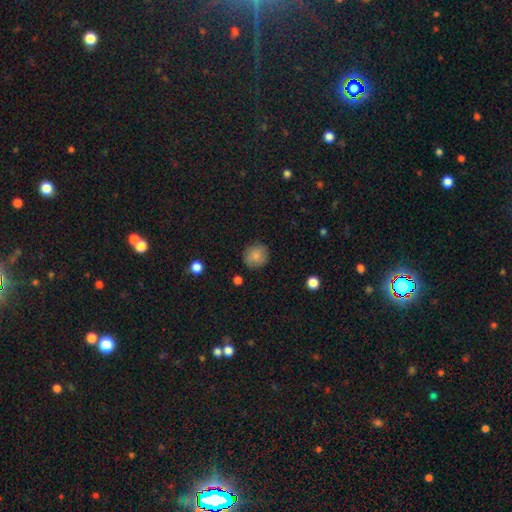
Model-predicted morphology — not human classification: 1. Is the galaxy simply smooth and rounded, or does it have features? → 84% smooth, 8% star or artifact, 7% featured or disk.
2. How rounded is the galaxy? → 90% round, 9% in between, 1% cigar-shaped.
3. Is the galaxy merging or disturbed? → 85% none, 11% minor disturbance, 3% major disturbance, 1% merger.